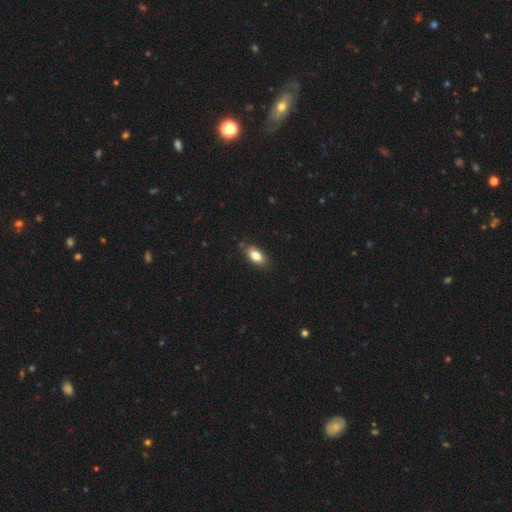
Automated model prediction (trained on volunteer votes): This appears to be a smooth galaxy with no disk features (82%) that is in between round and cigar-shaped (90%). Merging: none (83%).